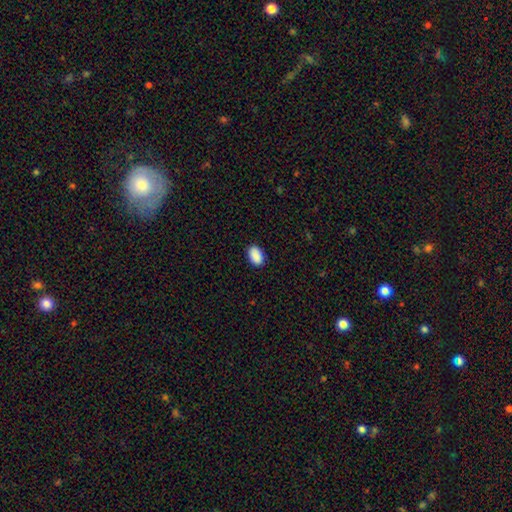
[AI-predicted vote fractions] smooth_or_featured: smooth (p=0.91) [alt: star or artifact p=0.07]
how_rounded: in between (p=0.90) [alt: round p=0.09]
merging: none (p=0.88) [alt: minor disturbance p=0.09]